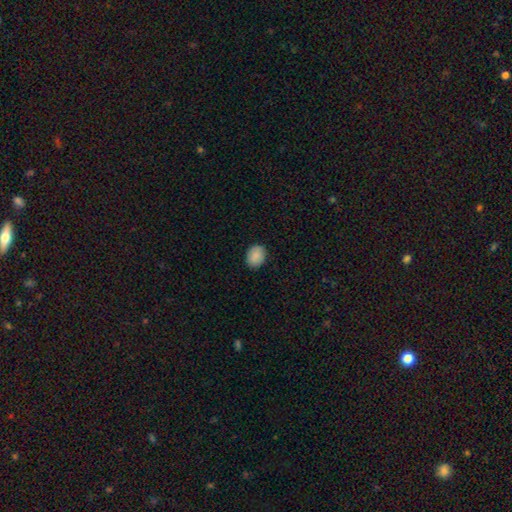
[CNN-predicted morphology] A smooth galaxy with no disk features (89%) that is in between round and cigar-shaped (54%).

Vote fractions:
- Smooth or featured? smooth: 89% / star or artifact: 7% / featured or disk: 4%
- How rounded? in between: 54% / round: 45% / cigar-shaped: 1%
- Merging? none: 87% / minor disturbance: 10% / major disturbance: 2% / merger: 1%